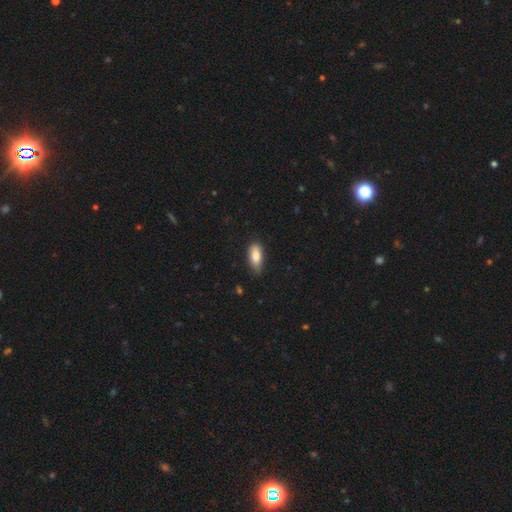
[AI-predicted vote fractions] This is clearly a smooth galaxy (84%). How rounded: clearly in between (83%). Merging: likely none (72%).